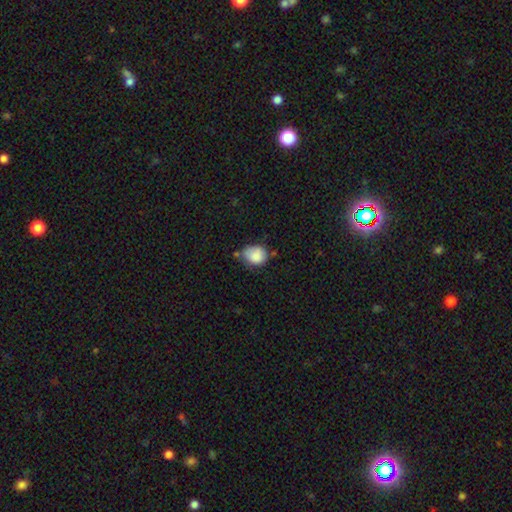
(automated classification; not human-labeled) smooth 84%, star or artifact 8%, featured or disk 8%. Down the decision tree: how rounded — round (54%); merging — none (48%).